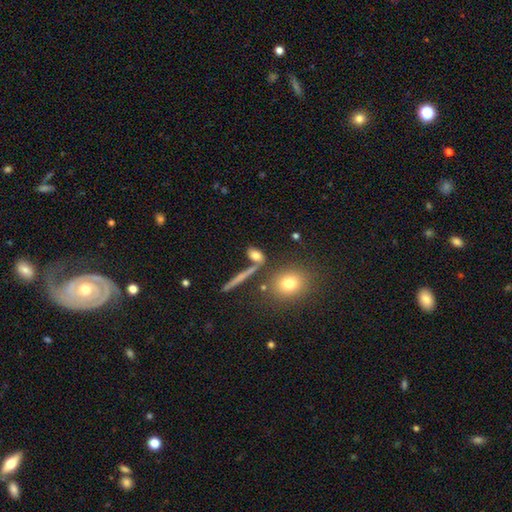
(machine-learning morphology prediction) Q: Smooth or featured?
A: smooth (71%); runner-up: featured or disk (17%)
Q: How rounded?
A: in between (60%); runner-up: cigar-shaped (21%)
Q: Merging?
A: none (63%); runner-up: merger (18%)